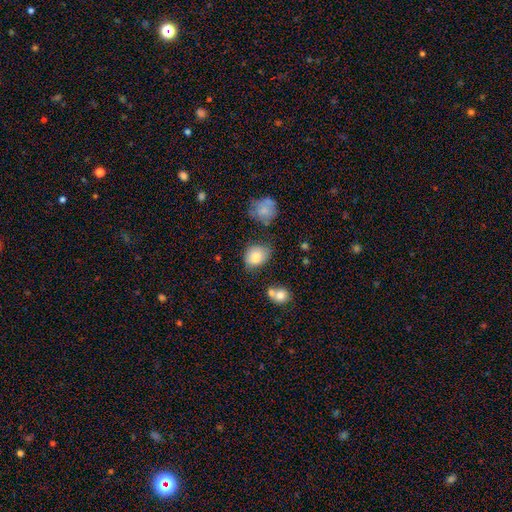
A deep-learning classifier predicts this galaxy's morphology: Q: Smooth or featured?
A: smooth (79%); runner-up: featured or disk (11%)
Q: How rounded?
A: round (50%); runner-up: in between (49%)
Q: Merging?
A: none (59%); runner-up: minor disturbance (26%)